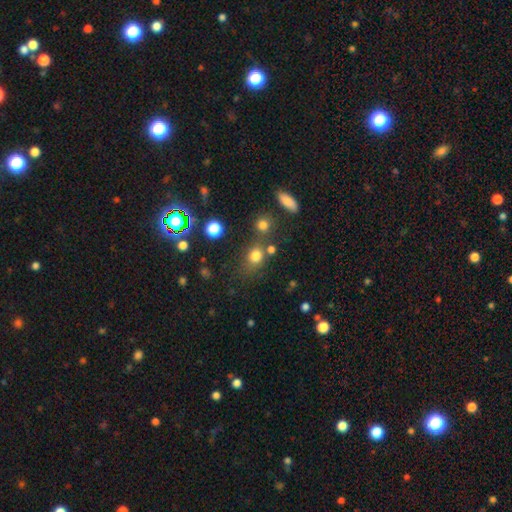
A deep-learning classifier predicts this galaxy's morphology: smooth 76%, star or artifact 16%, featured or disk 8%. Down the decision tree: how rounded — round (66%); merging — none (61%).